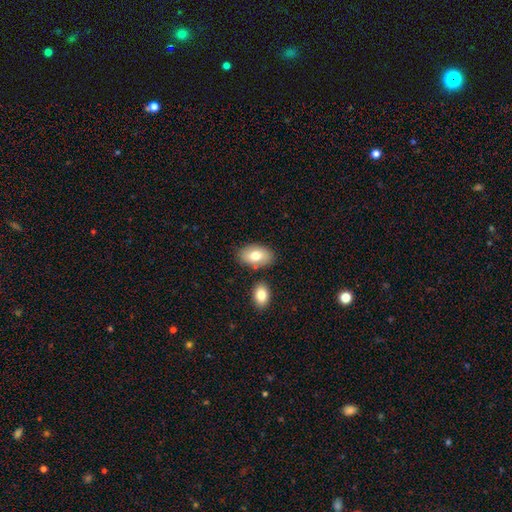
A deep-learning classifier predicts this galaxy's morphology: The model was most divided on "smooth or featured": smooth: 76%, featured or disk: 17%, star or artifact: 7%. More confident: how rounded — in between (90%); merging — none (76%).